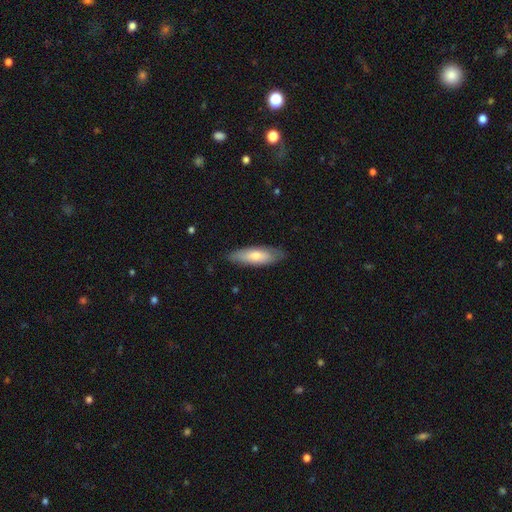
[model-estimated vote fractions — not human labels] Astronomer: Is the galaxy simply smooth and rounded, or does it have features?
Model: smooth — 67%.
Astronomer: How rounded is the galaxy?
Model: in between — 50% (runner-up: cigar-shaped, 48%).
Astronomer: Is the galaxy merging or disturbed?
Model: none — 84%.